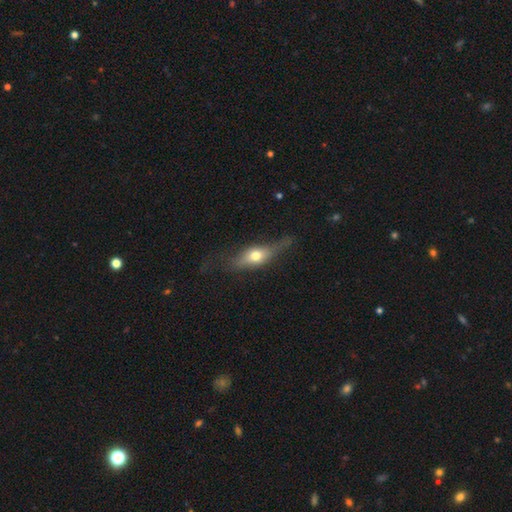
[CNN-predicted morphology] The model was most divided on "smooth or featured": smooth: 50%, featured or disk: 43%, star or artifact: 8%. More confident: merging — none (59%).